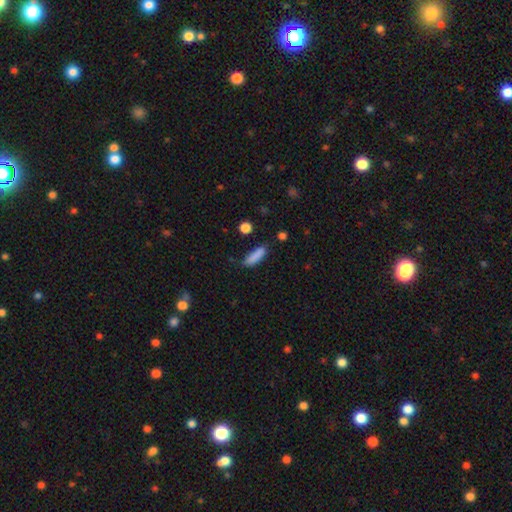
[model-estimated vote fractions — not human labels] A smooth galaxy with no disk features (85%) that is cigar-shaped (62%).

Vote fractions:
- Smooth or featured? smooth: 85% / star or artifact: 8% / featured or disk: 7%
- How rounded? cigar-shaped: 62% / in between: 36% / round: 2%
- Merging? none: 69% / minor disturbance: 23% / major disturbance: 5% / merger: 3%